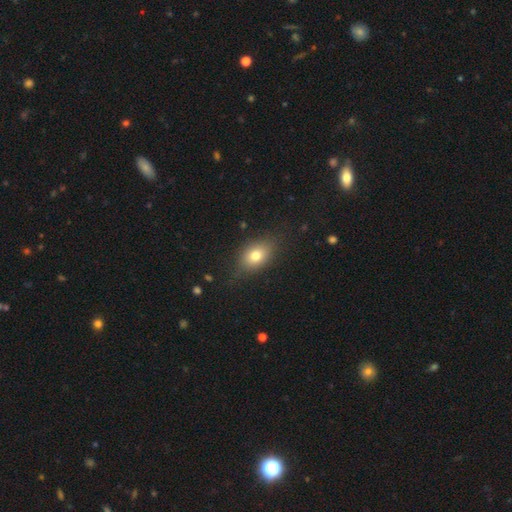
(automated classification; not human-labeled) A smooth galaxy with no disk features (75%) that is in between round and cigar-shaped (75%). Merging: none (77%).